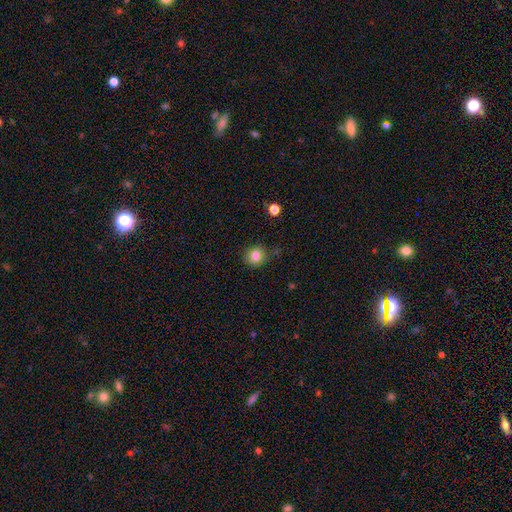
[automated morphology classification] smooth 83%, star or artifact 11%, featured or disk 7%. Down the decision tree: how rounded — round (76%); merging — none (80%).